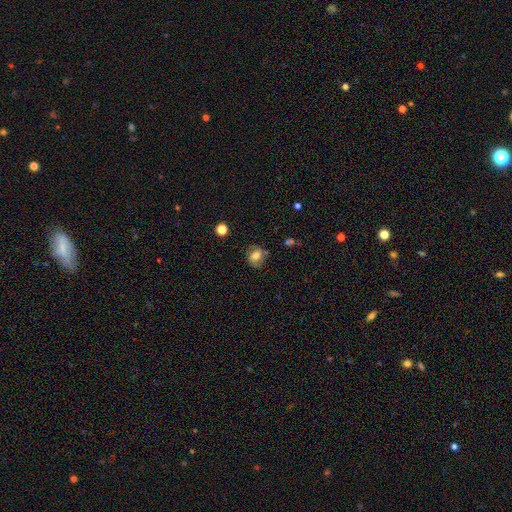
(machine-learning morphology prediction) A smooth galaxy with no disk features (71%) that is round (68%).

Vote fractions:
- Smooth or featured? smooth: 71% / featured or disk: 18% / star or artifact: 11%
- How rounded? round: 68% / in between: 31% / cigar-shaped: 1%
- Merging? none: 76% / minor disturbance: 17% / major disturbance: 5% / merger: 2%